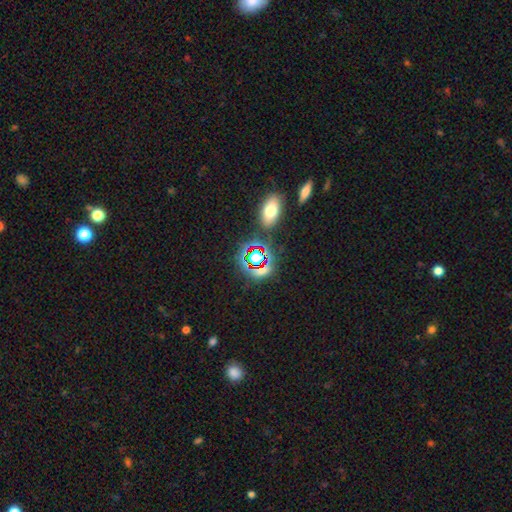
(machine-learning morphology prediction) Smooth or featured? star or artifact (60%)